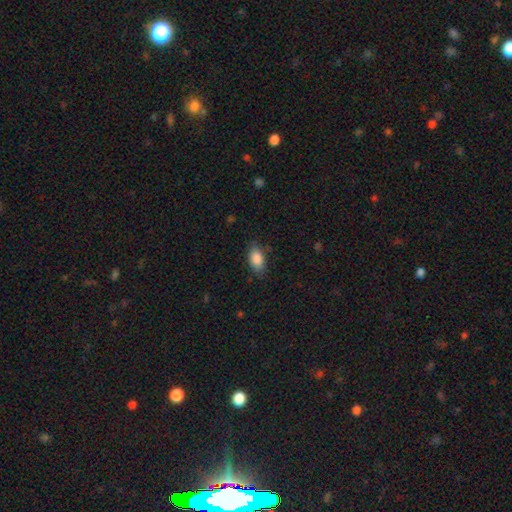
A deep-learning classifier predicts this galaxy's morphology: This is clearly a smooth galaxy (88%). How rounded: clearly in between (91%). Merging: likely none (80%).